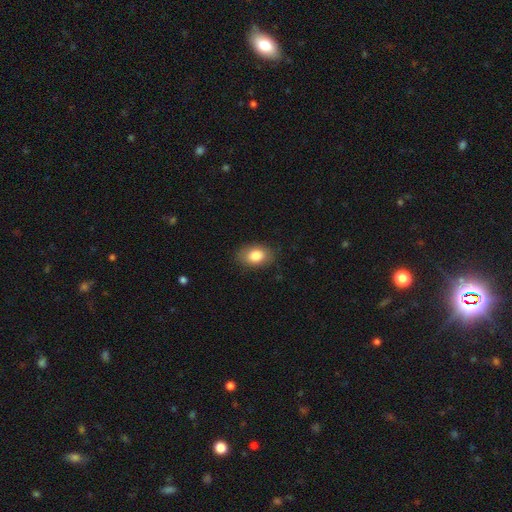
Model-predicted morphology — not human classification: A smooth galaxy with no disk features (83%) that is in between round and cigar-shaped (80%).

Vote fractions:
- Smooth or featured? smooth: 83% / featured or disk: 9% / star or artifact: 8%
- How rounded? in between: 80% / round: 19% / cigar-shaped: 1%
- Merging? none: 84% / minor disturbance: 12% / major disturbance: 3% / merger: 1%